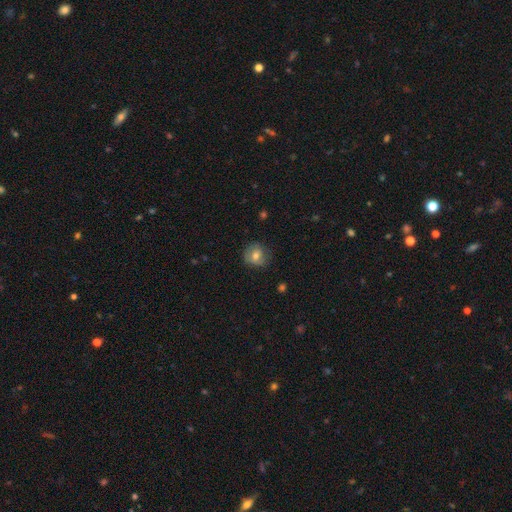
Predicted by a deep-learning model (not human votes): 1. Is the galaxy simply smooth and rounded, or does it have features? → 66% smooth, 24% featured or disk, 9% star or artifact.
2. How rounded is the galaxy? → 82% round, 17% in between, 1% cigar-shaped.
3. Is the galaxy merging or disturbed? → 74% none, 19% minor disturbance, 6% major disturbance, 1% merger.